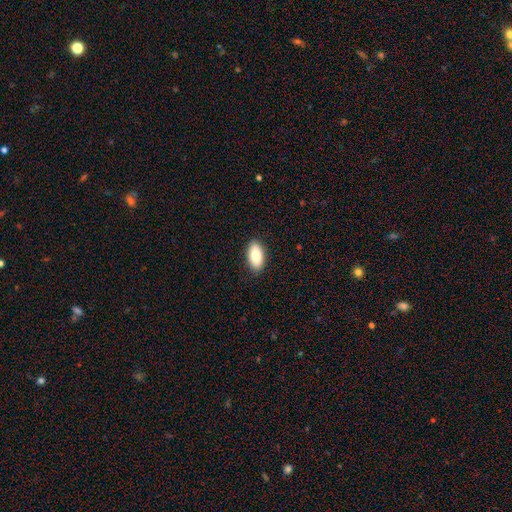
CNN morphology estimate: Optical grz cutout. It shows a smooth galaxy with no disk features (84%) that is in between round and cigar-shaped (93%). Merging: none (89%).